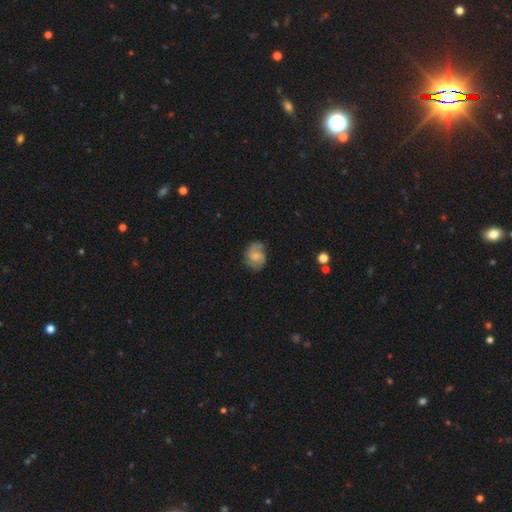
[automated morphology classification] smooth-or-featured: featured or disk: 57% | smooth: 34% | star or artifact: 8%
  disk-edge-on: no: 98% | yes: 2%
    bar: no: 60% | weak: 34% | strong: 6%
    has-spiral-arms: yes: 87% | no: 13%
    bulge-size: small: 37% | moderate: 28% | none: 27% | large: 6% | dominant: 2%
  merging: none: 62% | minor disturbance: 24% | major disturbance: 11% | merger: 3%